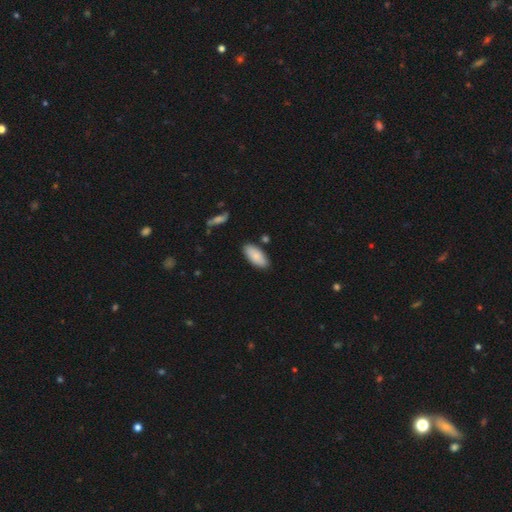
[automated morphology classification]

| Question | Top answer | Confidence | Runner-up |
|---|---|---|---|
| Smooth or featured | smooth | 86% | featured or disk (8%) |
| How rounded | in between | 88% | cigar-shaped (10%) |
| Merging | none | 84% | minor disturbance (11%) |